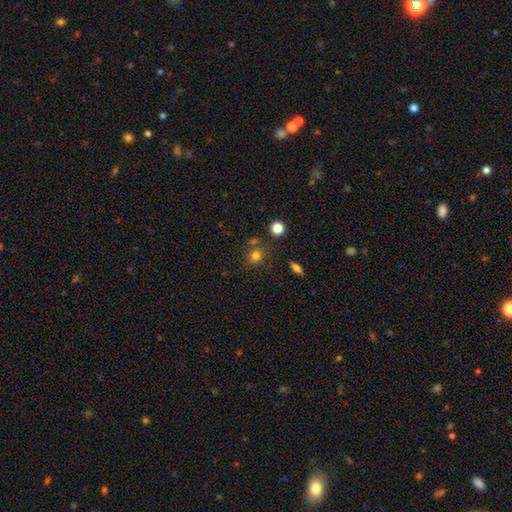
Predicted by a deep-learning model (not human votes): smooth-or-featured: smooth: 76% | star or artifact: 16% | featured or disk: 9%
  how-rounded: round: 83% | in between: 16% | cigar-shaped: 1%
  merging: none: 73% | merger: 12% | minor disturbance: 11% | major disturbance: 4%